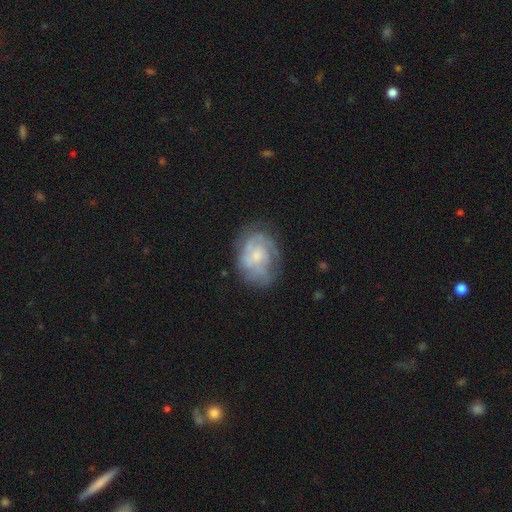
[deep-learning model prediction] Smooth or featured? Predicted: featured or disk (p=0.69). Edge-on disk? Predicted: no (p=0.97). Bar? Predicted: no (p=0.73). Spiral arms? Predicted: yes (p=0.80). Spiral winding? Predicted: tight (p=0.51). Spiral arm count? Predicted: can't tell (p=0.44). Bulge size? Predicted: small (p=0.49). Merging? Predicted: none (p=0.64).